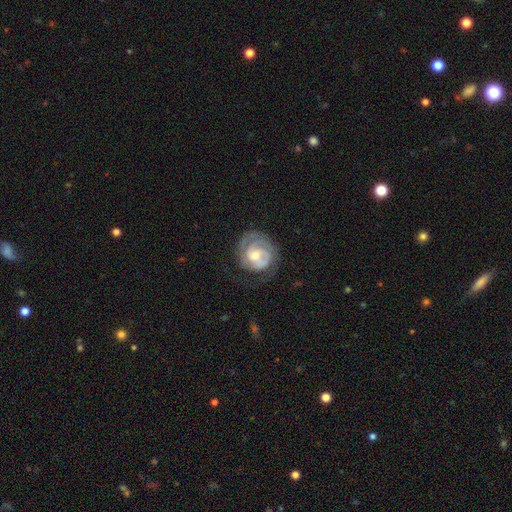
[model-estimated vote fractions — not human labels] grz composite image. It shows a featured or disk galaxy (71%) with no bar (50%), 2 (41%) tight (60%) spiral arms (89%) and a moderate central bulge (49%). Merging: none (61%).